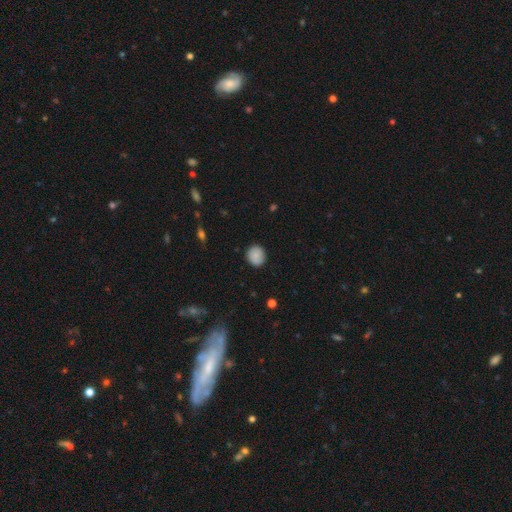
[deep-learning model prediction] Smooth or featured? smooth (86%)
How rounded? round (83%)
Merging? none (86%)